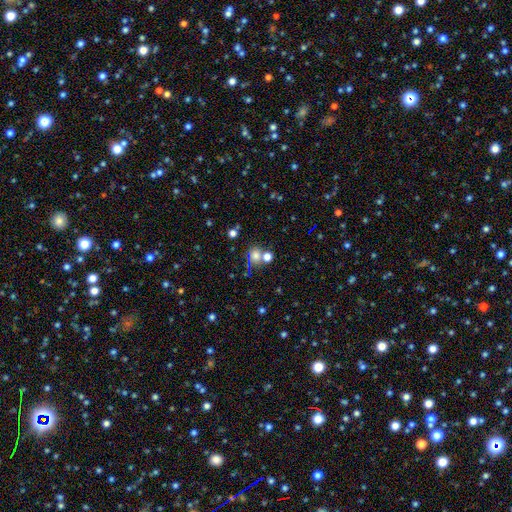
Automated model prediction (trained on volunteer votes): smooth 60%, star or artifact 26%, featured or disk 14%. Down the decision tree: how rounded — round (76%); merging — none (52%).